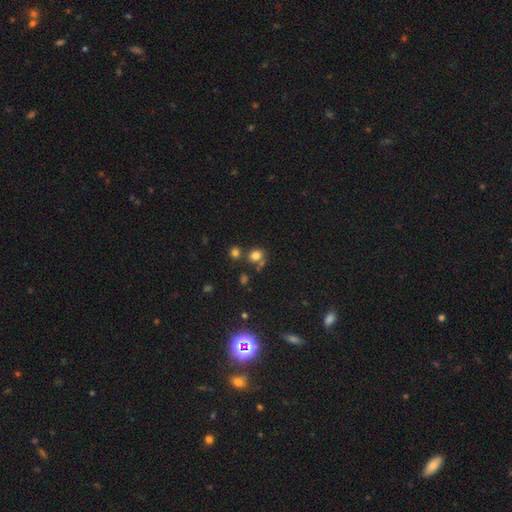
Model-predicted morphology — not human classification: smooth 77%, star or artifact 16%, featured or disk 7%. Down the decision tree: how rounded — round (73%); merging — none (65%).